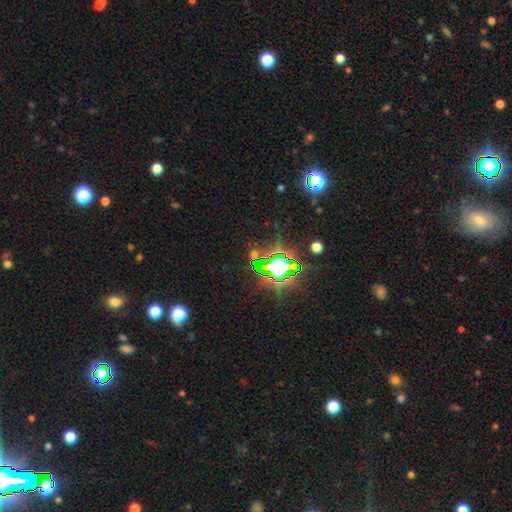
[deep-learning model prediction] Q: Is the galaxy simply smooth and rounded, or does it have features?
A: star or artifact — 78%.